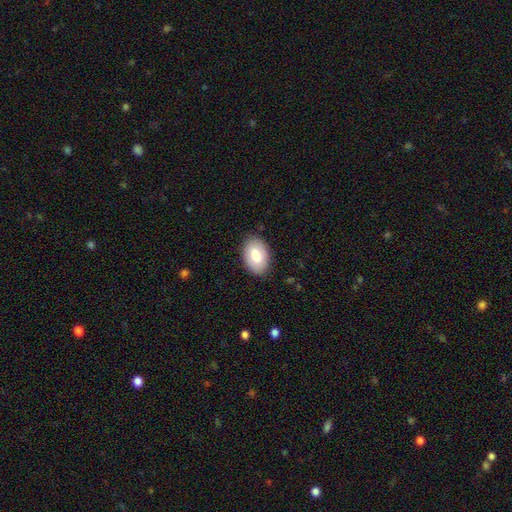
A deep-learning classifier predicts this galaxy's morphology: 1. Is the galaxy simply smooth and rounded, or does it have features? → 78% smooth, 16% featured or disk, 6% star or artifact.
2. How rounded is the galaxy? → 91% in between, 8% round, 1% cigar-shaped.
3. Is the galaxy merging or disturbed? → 87% none, 10% minor disturbance, 2% major disturbance, 1% merger.